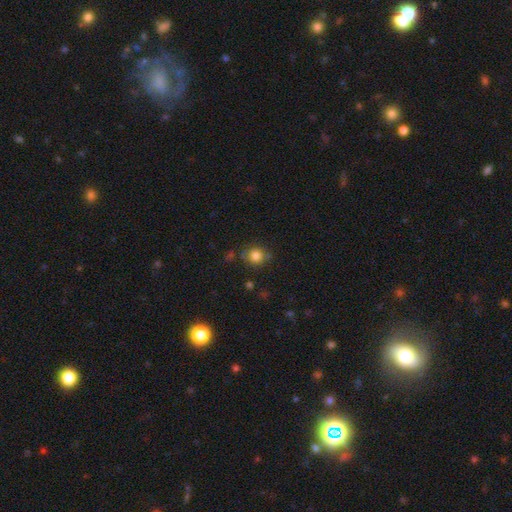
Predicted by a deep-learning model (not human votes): smooth 83%, star or artifact 11%, featured or disk 6%. Down the decision tree: how rounded — round (89%); merging — none (78%).